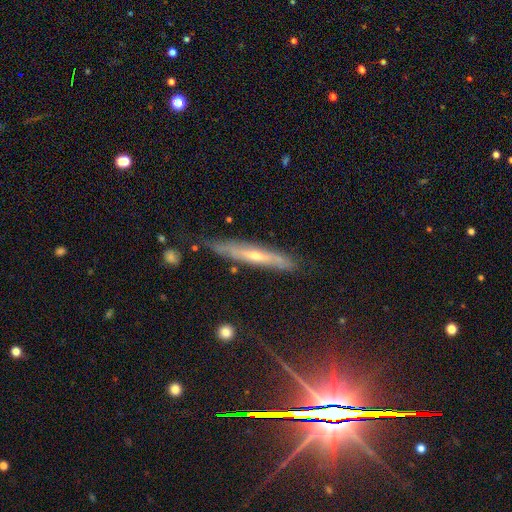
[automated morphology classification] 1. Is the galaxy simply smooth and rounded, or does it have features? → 65% featured or disk, 28% smooth, 7% star or artifact.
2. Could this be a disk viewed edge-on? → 78% yes, 22% no.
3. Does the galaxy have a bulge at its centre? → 62% rounded, 33% none, 5% boxy.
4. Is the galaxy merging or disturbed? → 71% none, 22% minor disturbance, 5% major disturbance, 2% merger.